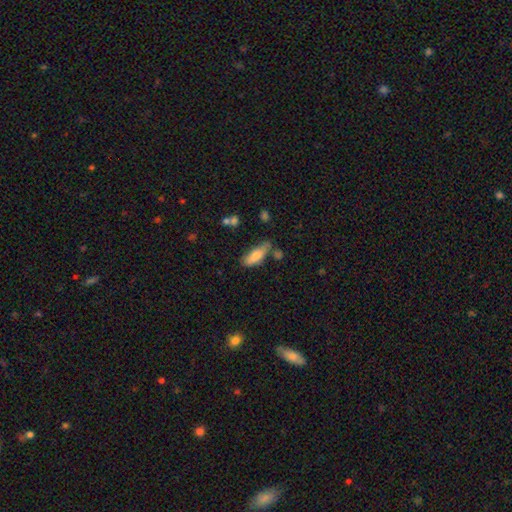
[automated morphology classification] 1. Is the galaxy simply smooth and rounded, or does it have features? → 76% smooth, 17% featured or disk, 7% star or artifact.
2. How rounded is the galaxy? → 65% in between, 32% cigar-shaped, 2% round.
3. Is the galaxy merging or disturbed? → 53% none, 28% minor disturbance, 10% merger, 8% major disturbance.